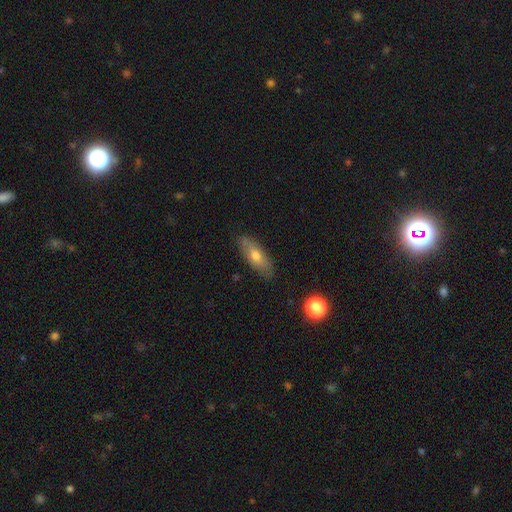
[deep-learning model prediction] A smooth galaxy with no disk features (61%) that is in between round and cigar-shaped (69%). Merging: none (80%).